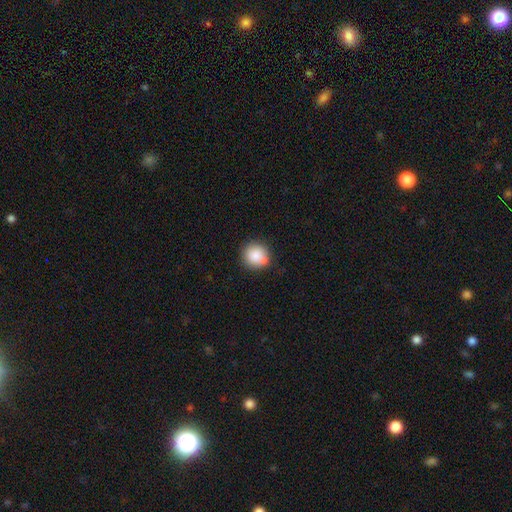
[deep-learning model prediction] This appears to be a smooth galaxy with no disk features (83%) that is round (89%). Merging: none (72%).